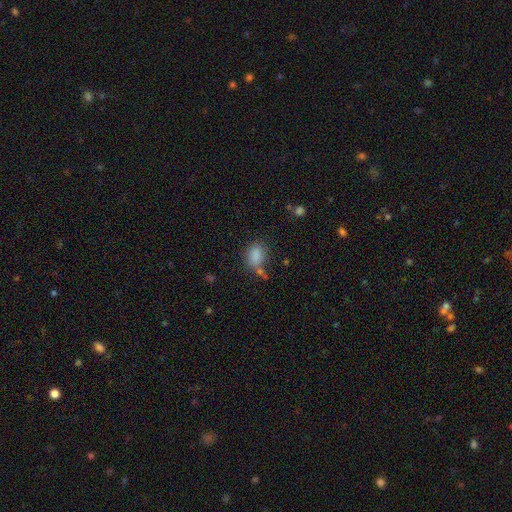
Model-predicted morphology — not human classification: A smooth galaxy with no disk features (84%) that is in between round and cigar-shaped (79%).

Vote fractions:
- Smooth or featured? smooth: 84% / star or artifact: 10% / featured or disk: 5%
- How rounded? in between: 79% / round: 19% / cigar-shaped: 2%
- Merging? none: 64% / minor disturbance: 19% / merger: 9% / major disturbance: 7%